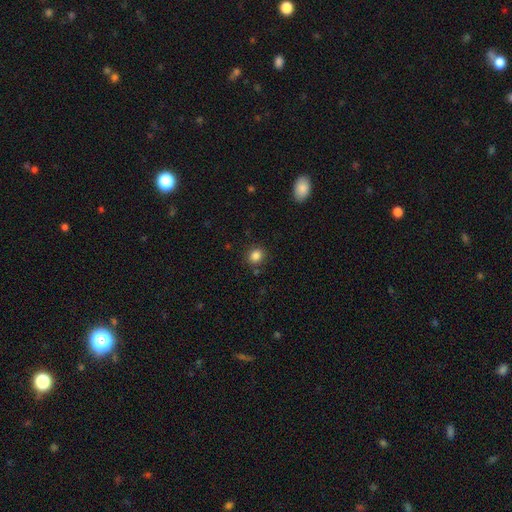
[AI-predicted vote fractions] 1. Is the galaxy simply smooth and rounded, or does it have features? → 84% smooth, 11% star or artifact, 5% featured or disk.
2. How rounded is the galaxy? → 75% round, 24% in between, 1% cigar-shaped.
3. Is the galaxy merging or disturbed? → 84% none, 10% minor disturbance, 3% merger, 3% major disturbance.